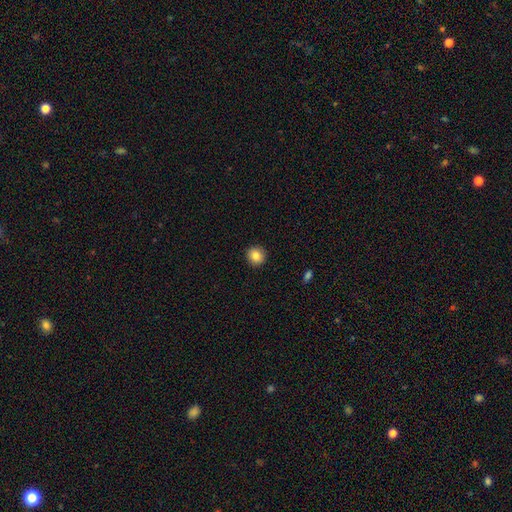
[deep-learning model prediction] A smooth galaxy with no disk features (85%) that is round (92%). Merging: none (92%).